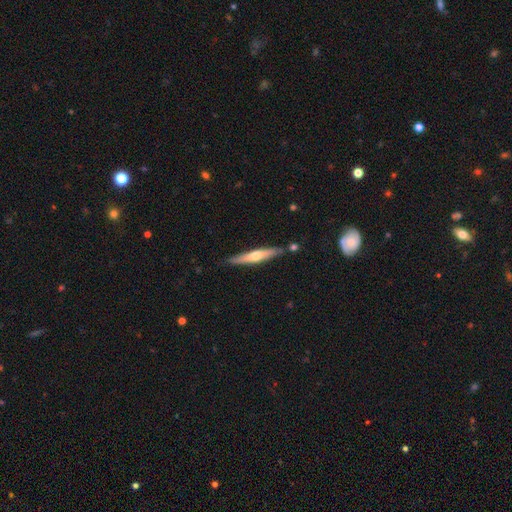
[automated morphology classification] The model was most divided on "smooth or featured": featured or disk: 51%, smooth: 43%, star or artifact: 6%. More confident: edge-on disk — yes (92%); merging — none (81%).